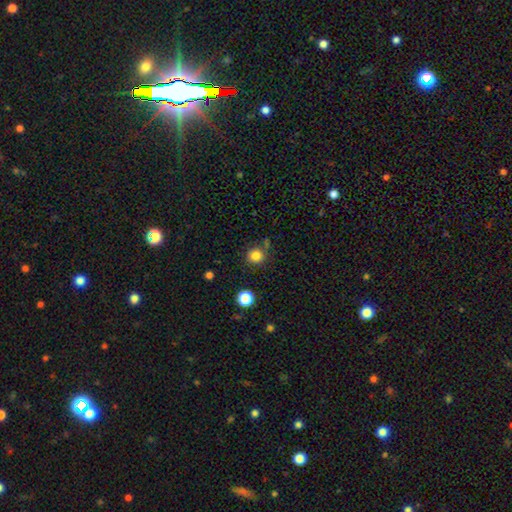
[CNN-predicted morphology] This appears to be a smooth galaxy with no disk features (83%) that is round (93%). Merging: none (80%).